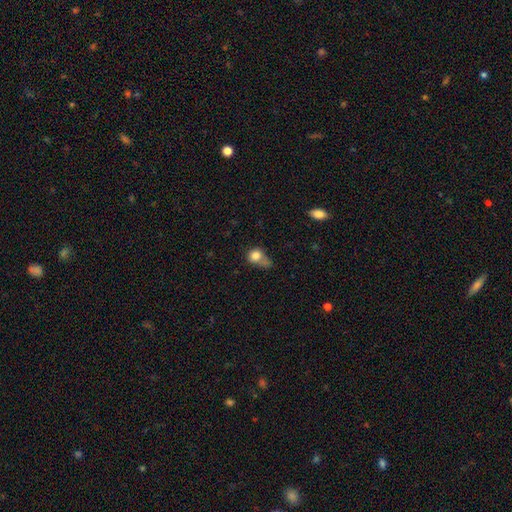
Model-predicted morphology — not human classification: This is likely a smooth galaxy (80%). How rounded: likely round (68%). Merging: marginally none (29%).